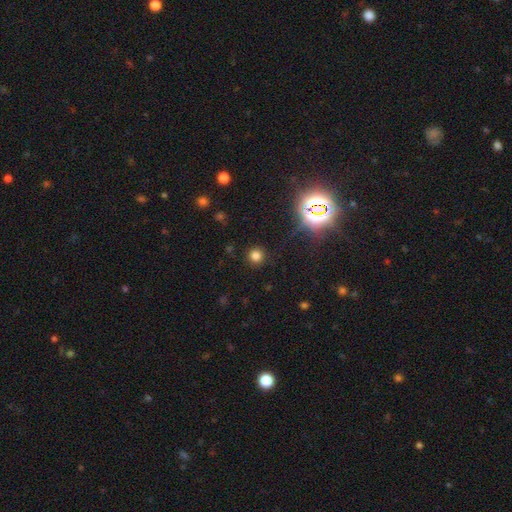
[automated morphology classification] This appears to be a smooth galaxy with no disk features (76%) that is round (93%). Merging: none (90%).